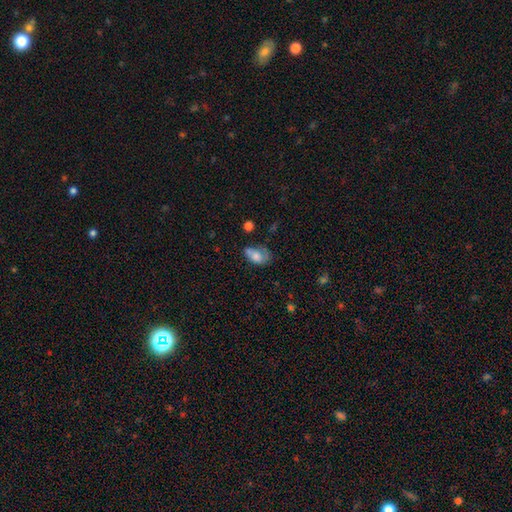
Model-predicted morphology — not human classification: The model was most divided on "merging": none: 35%, minor disturbance: 33%, major disturbance: 23%, merger: 9%. More confident: how rounded — in between (89%); smooth or featured — smooth (65%).